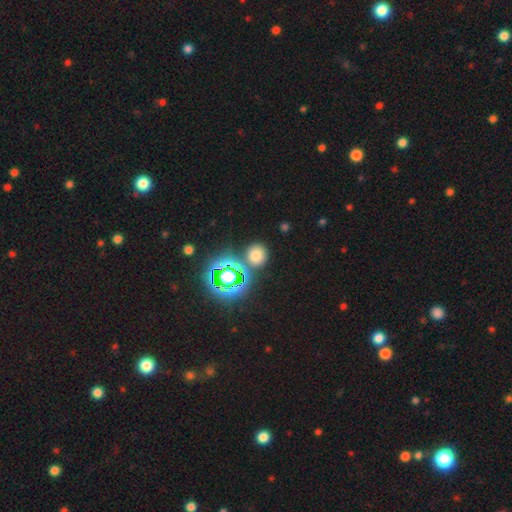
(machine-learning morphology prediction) Overall: smooth (63%; star or artifact 29%). How rounded: round (86%). Merging: none (78%).